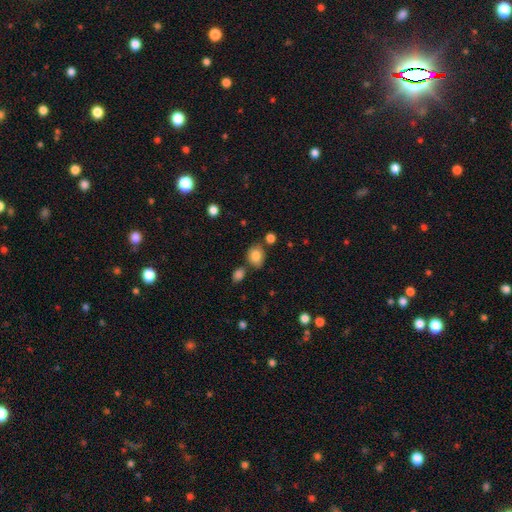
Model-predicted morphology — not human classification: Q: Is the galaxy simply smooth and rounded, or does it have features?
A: smooth — 82%.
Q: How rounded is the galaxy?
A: in between — 54%.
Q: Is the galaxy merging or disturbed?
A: none — 68%.